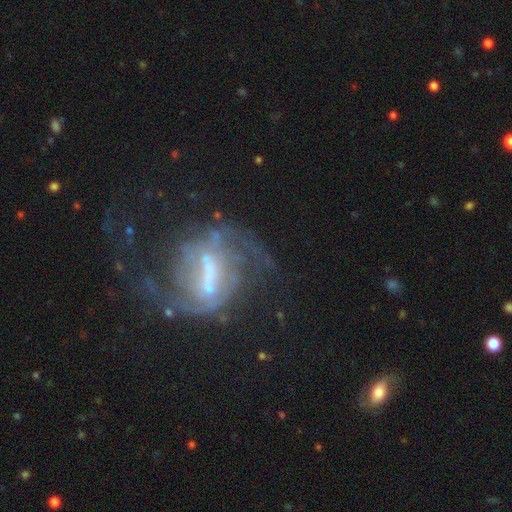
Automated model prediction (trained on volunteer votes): Smooth or featured: featured or disk — 79% (star or artifact — 12%)
Edge-on disk: no — 91% (yes — 9%)
Bar: strong — 61% (weak — 30%)
Spiral arms: yes — 84% (no — 16%)
Spiral winding: medium — 41% (loose — 39%)
Spiral arm count: 2 — 70% (can't tell — 17%)
Bulge size: small — 34% (none — 27%)
Merging: none — 52% (major disturbance — 28%)